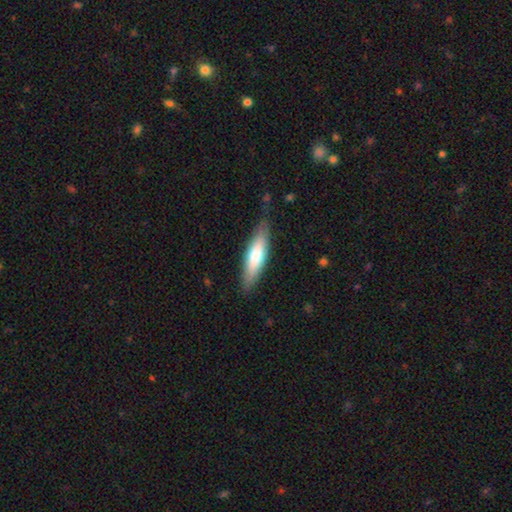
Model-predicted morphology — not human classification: This appears to be a smooth galaxy with no disk features (63%) that is cigar-shaped (65%). Merging: none (80%).